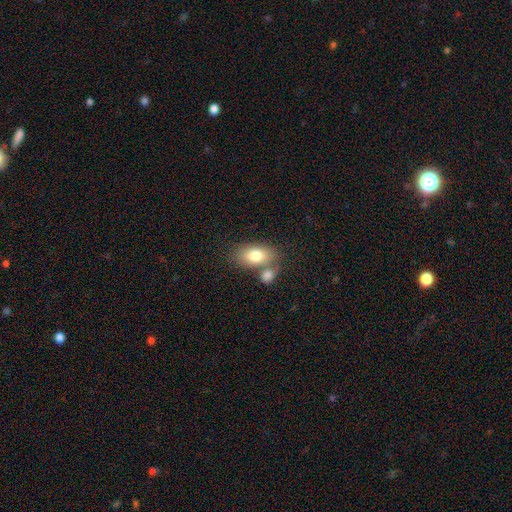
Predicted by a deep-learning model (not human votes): Q: Smooth or featured?
A: smooth (78%); runner-up: featured or disk (15%)
Q: How rounded?
A: in between (89%); runner-up: round (9%)
Q: Merging?
A: none (51%); runner-up: merger (34%)